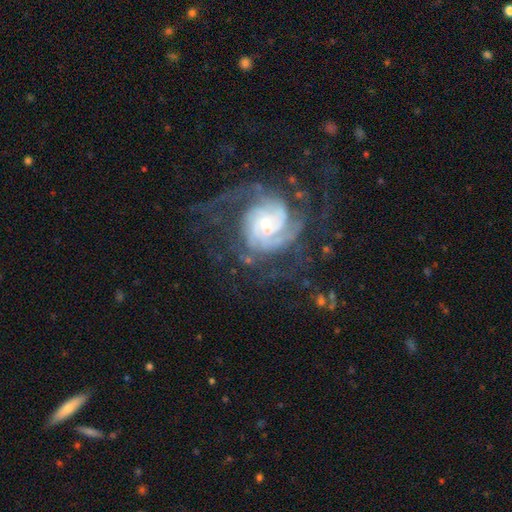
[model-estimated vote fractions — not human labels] A featured or disk galaxy (84%) with no bar (59%), 2 (47%) tight (48%) spiral arms (96%) and a moderate central bulge (41%, tied with small).

Vote fractions:
- Smooth or featured? featured or disk: 84% / star or artifact: 9% / smooth: 7%
- Edge-on disk? no: 97% / yes: 3%
- Bar? no: 59% / weak: 29% / strong: 11%
- Spiral arms? yes: 96% / no: 4%
- Spiral winding? tight: 48% / medium: 41% / loose: 12%
- Spiral arm count? 2: 47% / can't tell: 19% / 3: 14% / 4: 7% / 1: 6% / more than 4: 6%
- Bulge size? moderate: 41% (tied) / small: 41% (tied) / large: 14% / none: 2% / dominant: 2%
- Merging? none: 72% / major disturbance: 14% / minor disturbance: 13% / merger: 2%